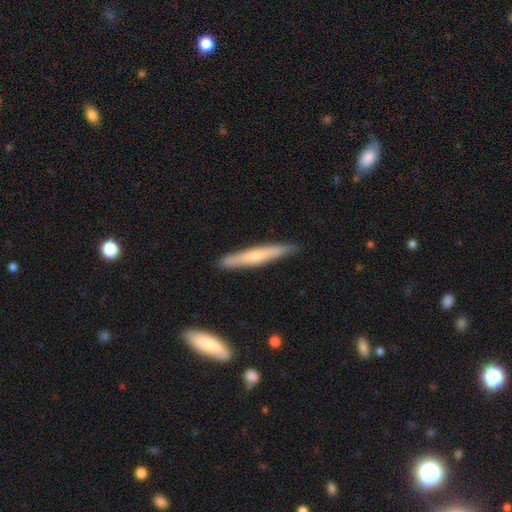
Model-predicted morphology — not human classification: smooth-or-featured: smooth: 51% | featured or disk: 43% | star or artifact: 6%
  how-rounded: cigar-shaped: 95% | in between: 4% | round: 1%
  merging: none: 88% | minor disturbance: 9% | merger: 2% | major disturbance: 2%